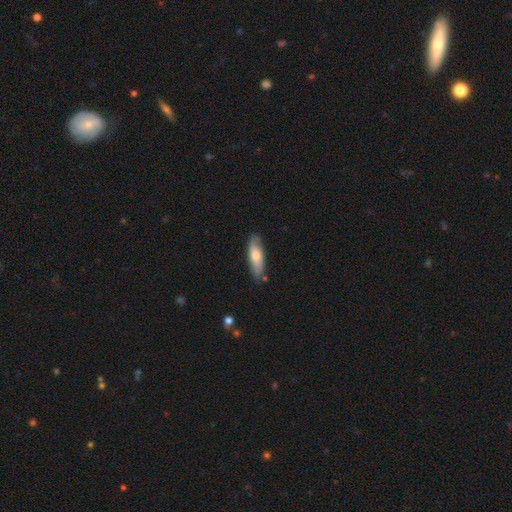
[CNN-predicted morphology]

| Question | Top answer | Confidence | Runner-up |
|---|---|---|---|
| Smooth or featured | smooth | 66% | featured or disk (29%) |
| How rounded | cigar-shaped | 50% | in between (48%) |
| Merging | none | 79% | minor disturbance (16%) |